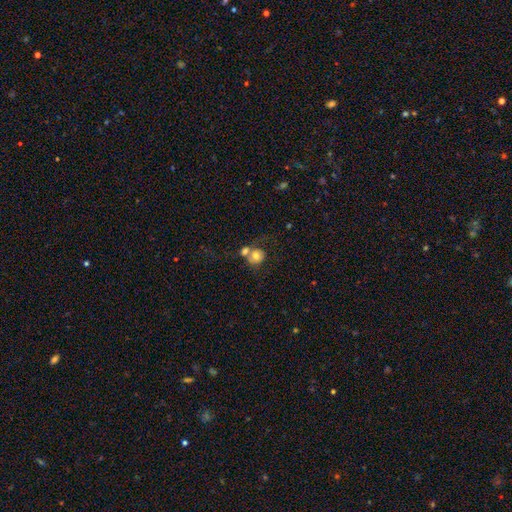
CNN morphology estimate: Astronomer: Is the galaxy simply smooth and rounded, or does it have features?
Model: smooth — 70%.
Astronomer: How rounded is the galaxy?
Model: round — 81%.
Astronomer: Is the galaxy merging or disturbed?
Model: merger — 48% (runner-up: none, 31%).